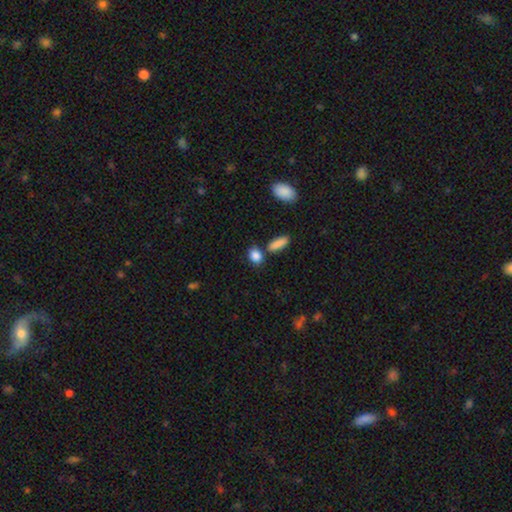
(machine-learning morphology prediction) Smooth or featured: smooth — 87% (star or artifact — 8%)
How rounded: in between — 71% (round — 25%)
Merging: none — 65% (merger — 19%)